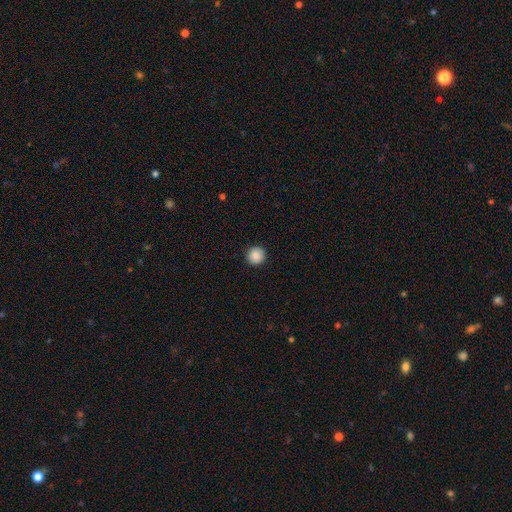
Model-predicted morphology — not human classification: Q: Smooth or featured?
A: smooth (88%); runner-up: star or artifact (9%)
Q: How rounded?
A: round (96%); runner-up: in between (3%)
Q: Merging?
A: none (93%); runner-up: minor disturbance (5%)